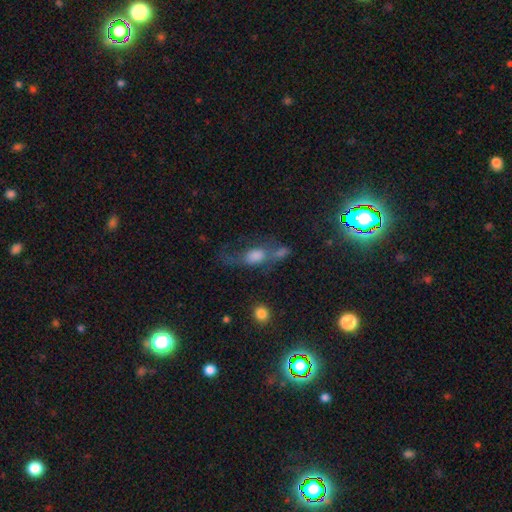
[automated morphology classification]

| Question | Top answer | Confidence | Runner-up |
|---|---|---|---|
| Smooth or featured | smooth | 50% | featured or disk (35%) |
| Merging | none | 30% | major disturbance (29%) |